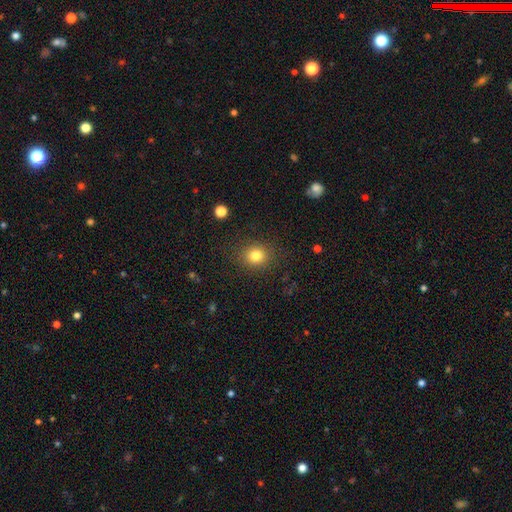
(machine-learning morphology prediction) Q: Smooth or featured?
A: smooth (81%); runner-up: star or artifact (12%)
Q: How rounded?
A: round (77%); runner-up: in between (22%)
Q: Merging?
A: none (86%); runner-up: minor disturbance (9%)